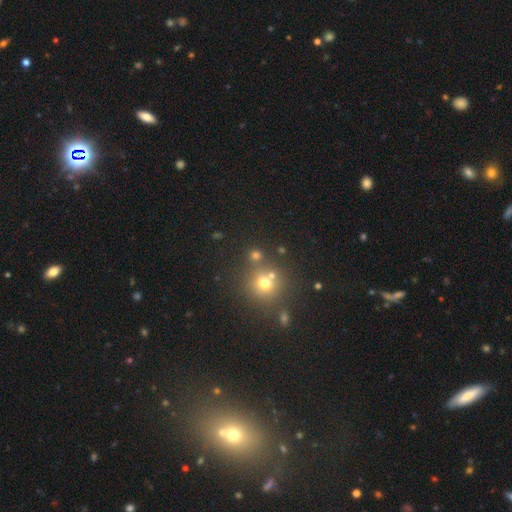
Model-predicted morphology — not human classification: smooth-or-featured: smooth: 62% | star or artifact: 27% | featured or disk: 11%
  how-rounded: round: 88% | in between: 11% | cigar-shaped: 1%
  merging: none: 68% | merger: 20% | minor disturbance: 8% | major disturbance: 4%